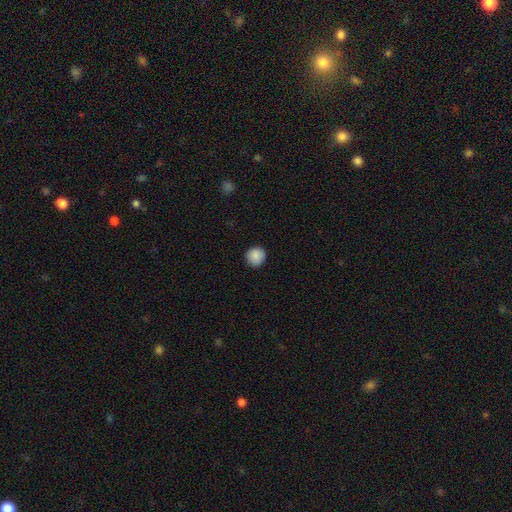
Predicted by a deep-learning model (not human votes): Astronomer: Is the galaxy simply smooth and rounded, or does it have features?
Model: smooth — 89%.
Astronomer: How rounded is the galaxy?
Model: round — 94%.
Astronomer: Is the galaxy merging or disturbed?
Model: none — 90%.